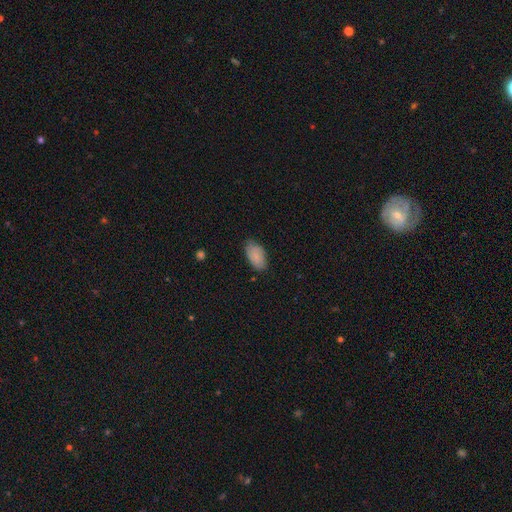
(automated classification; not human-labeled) Overall: smooth (81%). How rounded: in between (94%). Merging: none (73%).